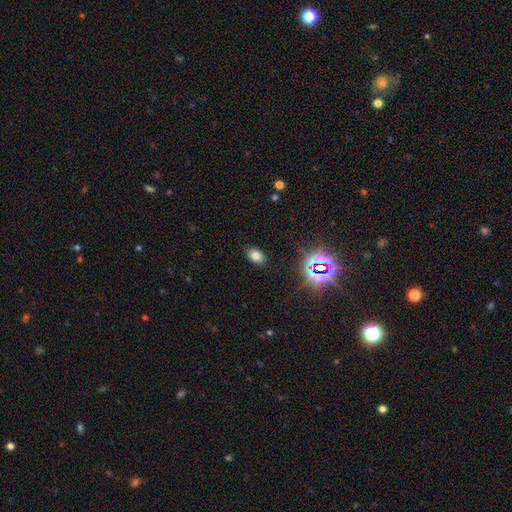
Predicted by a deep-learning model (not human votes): smooth_or_featured: smooth (p=0.73) [alt: star or artifact p=0.20]
how_rounded: in between (p=0.85) [alt: round p=0.14]
merging: none (p=0.88) [alt: minor disturbance p=0.08]